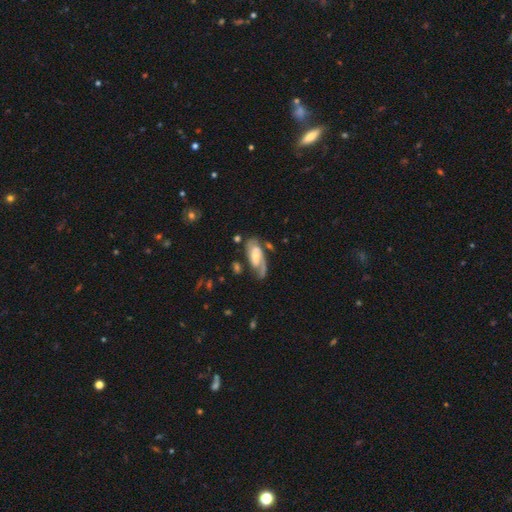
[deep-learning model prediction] This appears to be a featured or disk galaxy (82%) with no bar (48%), 2 (74%) medium (44%) spiral arms (95%) and a moderate central bulge (48%). Merging: none (64%).